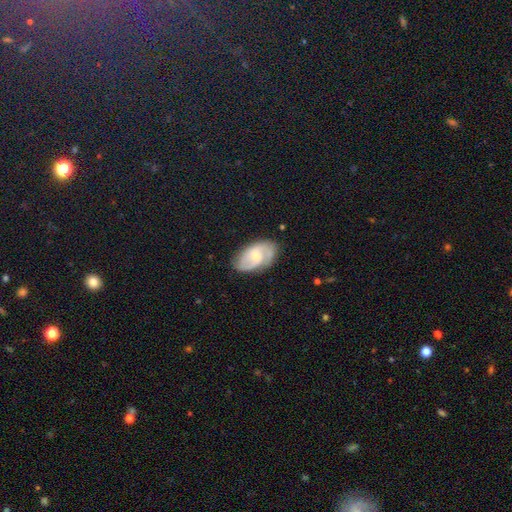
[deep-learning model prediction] featured or disk 75%, smooth 20%, star or artifact 5%. Down the decision tree: edge-on disk — no (96%); bar — no (52%); spiral arms — yes (93%); spiral arm count — 2 (72%); spiral winding — medium (48%); bulge size — small (55%); merging — none (76%).